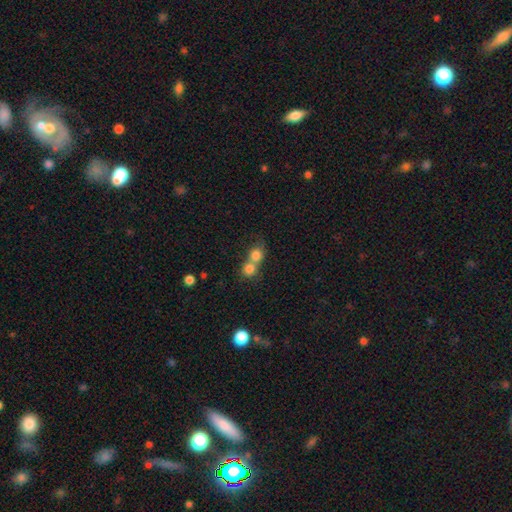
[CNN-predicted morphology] Smooth or featured: smooth — 77% (featured or disk — 12%)
How rounded: round — 80% (in between — 19%)
Merging: merger — 67% (none — 26%)